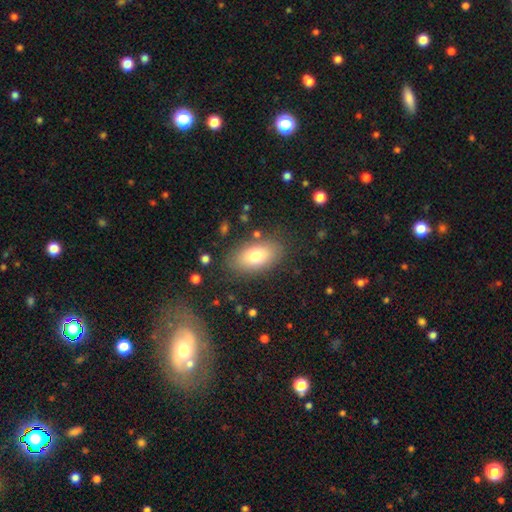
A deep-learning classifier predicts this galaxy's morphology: Smooth or featured: smooth — 75% (featured or disk — 16%)
How rounded: in between — 91% (round — 5%)
Merging: none — 81% (minor disturbance — 12%)